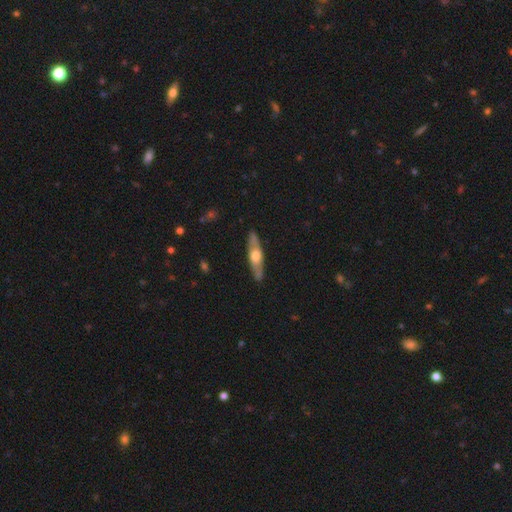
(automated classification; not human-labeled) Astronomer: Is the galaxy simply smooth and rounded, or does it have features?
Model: featured or disk — 57% (runner-up: smooth, 39%).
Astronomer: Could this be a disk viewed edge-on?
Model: yes — 74%.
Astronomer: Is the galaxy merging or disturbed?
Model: none — 86%.